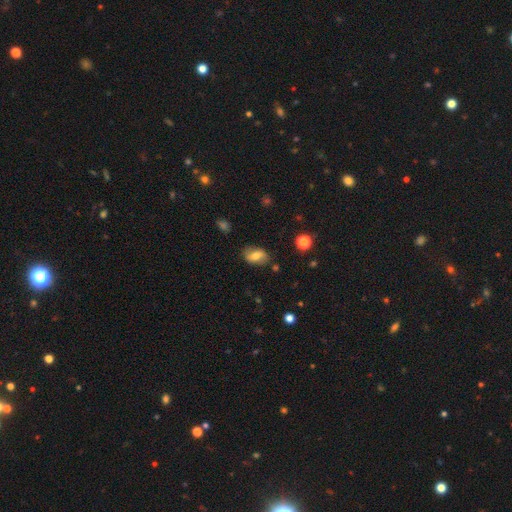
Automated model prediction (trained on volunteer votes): smooth_or_featured: smooth (p=0.56) [alt: featured or disk p=0.35]
how_rounded: in between (p=0.85) [alt: round p=0.12]
merging: none (p=0.78) [alt: minor disturbance p=0.16]